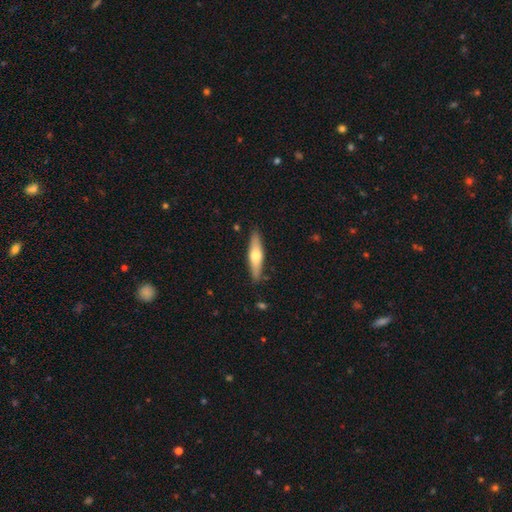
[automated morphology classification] smooth 50%, featured or disk 44%, star or artifact 5%. Down the decision tree: how rounded — cigar-shaped (71%); merging — none (88%).